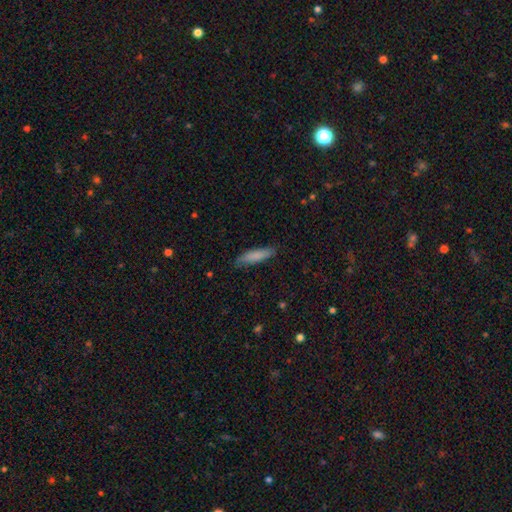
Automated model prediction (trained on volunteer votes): smooth_or_featured: smooth (p=0.82) [alt: featured or disk p=0.12]
how_rounded: cigar-shaped (p=0.75) [alt: in between p=0.23]
merging: none (p=0.84) [alt: minor disturbance p=0.13]